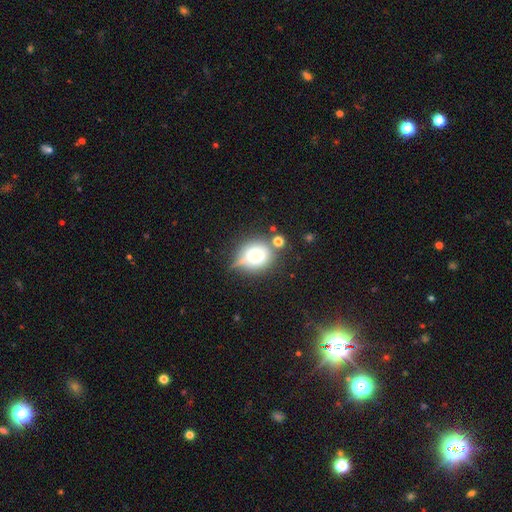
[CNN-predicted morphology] A smooth galaxy with no disk features (67%) that is round (72%).

Vote fractions:
- Smooth or featured? smooth: 67% / featured or disk: 21% / star or artifact: 12%
- How rounded? round: 72% / in between: 27% / cigar-shaped: 2%
- Merging? none: 53% / minor disturbance: 24% / merger: 14% / major disturbance: 9%